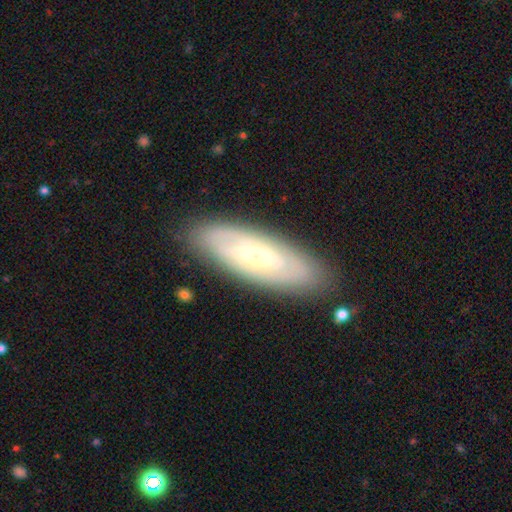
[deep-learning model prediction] This is likely a featured or disk galaxy (69%). It is likely not viewed edge-on (76%). Bar: possibly strong (51%). Spiral arm pattern: possibly yes (60%). Central bulge: possibly small (48%). Merging: clearly none (84%).